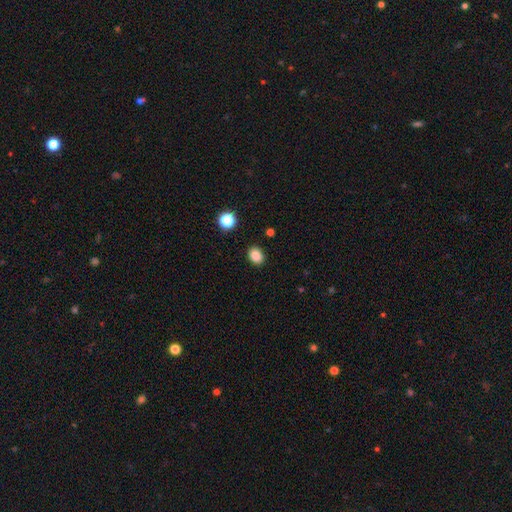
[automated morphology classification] A smooth galaxy with no disk features (86%) that is in between round and cigar-shaped (63%). Merging: none (88%).